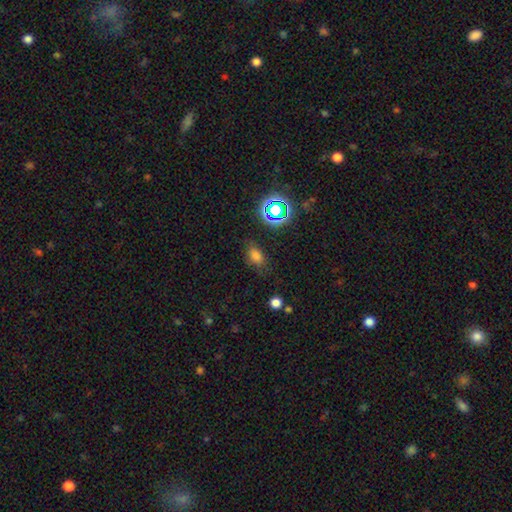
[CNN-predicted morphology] Smooth or featured? Predicted: smooth (p=0.70). How rounded? Predicted: in between (p=0.80). Merging? Predicted: none (p=0.73).